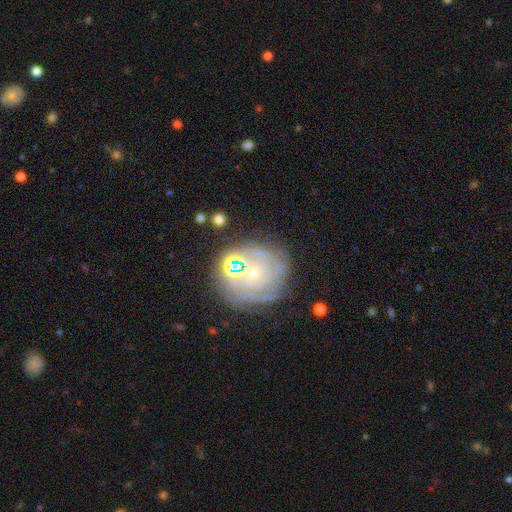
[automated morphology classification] The model was most divided on "spiral arm count": can't tell: 44%, 3: 15%, 2: 13%, 4: 13%, more than 4: 9%, 1: 6%. More confident: edge-on disk — no (97%); spiral arms — yes (87%); bar — no (82%); spiral winding — tight (79%); bulge size — small (79%); smooth or featured — featured or disk (73%); merging — none (71%).